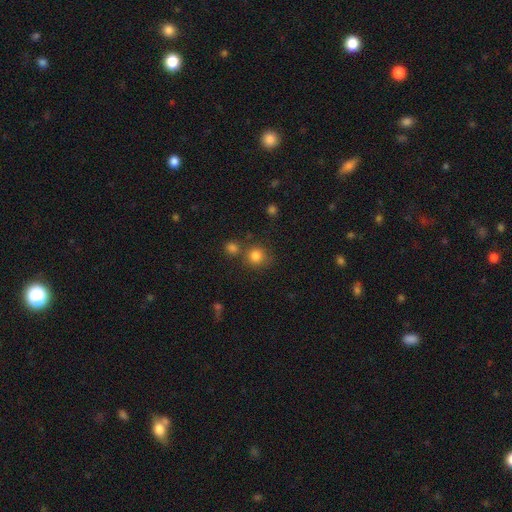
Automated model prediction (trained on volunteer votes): A smooth galaxy with no disk features (82%) that is round (89%).

Vote fractions:
- Smooth or featured? smooth: 82% / star or artifact: 13% / featured or disk: 6%
- How rounded? round: 89% / in between: 10% / cigar-shaped: 1%
- Merging? none: 69% / merger: 17% / minor disturbance: 10% / major disturbance: 4%